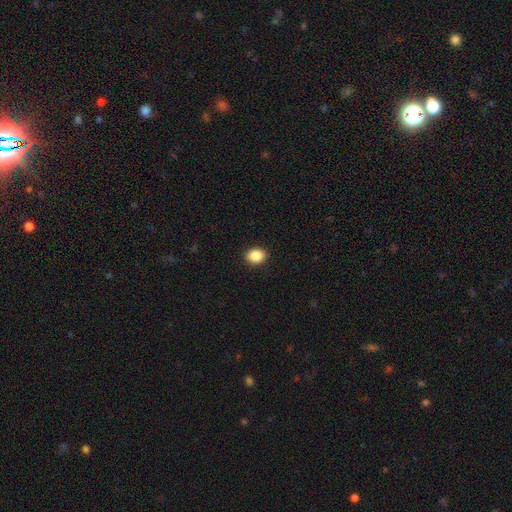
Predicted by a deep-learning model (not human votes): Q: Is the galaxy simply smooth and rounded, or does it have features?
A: smooth — 88%.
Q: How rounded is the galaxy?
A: round — 52%.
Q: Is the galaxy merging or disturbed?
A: none — 91%.